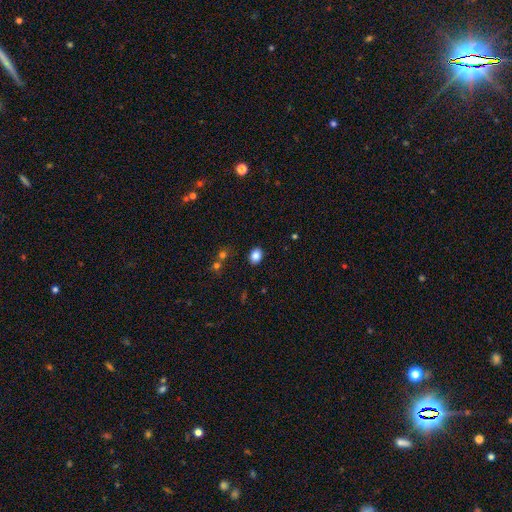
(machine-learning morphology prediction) The model was most divided on "how rounded": in between: 62%, round: 37%, cigar-shaped: 1%. More confident: merging — none (87%); smooth or featured — smooth (85%).